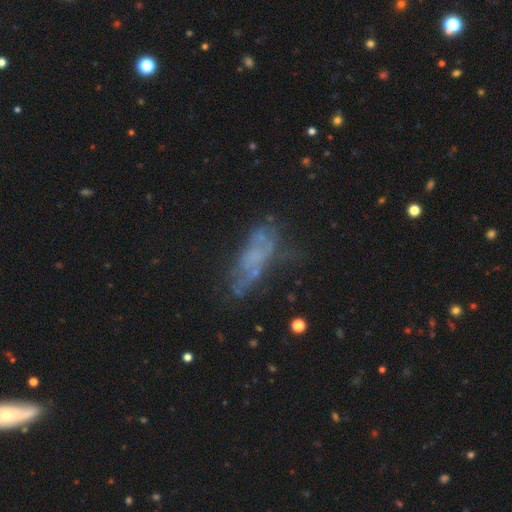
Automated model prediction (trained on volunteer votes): Smooth or featured? featured or disk (49%)
Merging? none (44%)